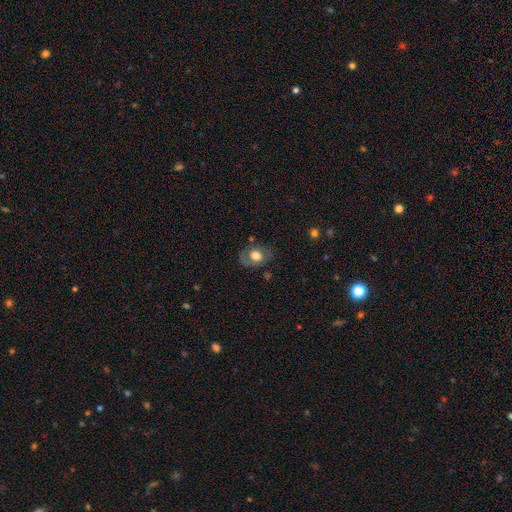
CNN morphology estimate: A smooth galaxy with no disk features (53%) that is in between round and cigar-shaped (54%). Merging: none (69%).